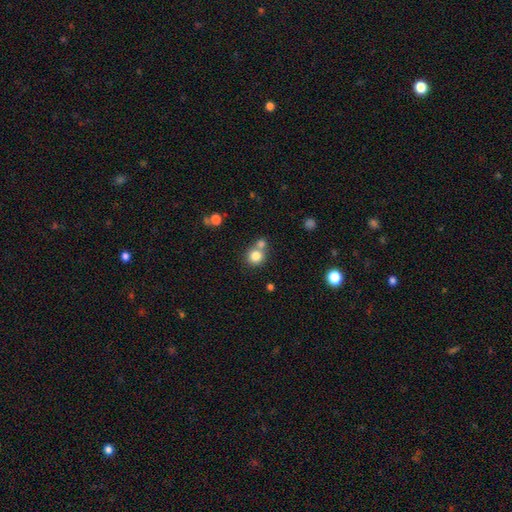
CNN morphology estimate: The model was most divided on "merging": none: 54%, merger: 36%, minor disturbance: 7%, major disturbance: 3%. More confident: how rounded — round (88%); smooth or featured — smooth (81%).